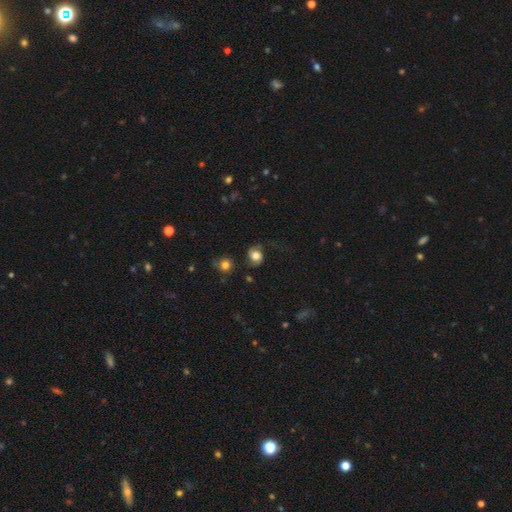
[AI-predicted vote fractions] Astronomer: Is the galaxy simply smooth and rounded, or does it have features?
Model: smooth — 50% (runner-up: featured or disk, 41%).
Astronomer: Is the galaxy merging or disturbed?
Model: none — 54%.